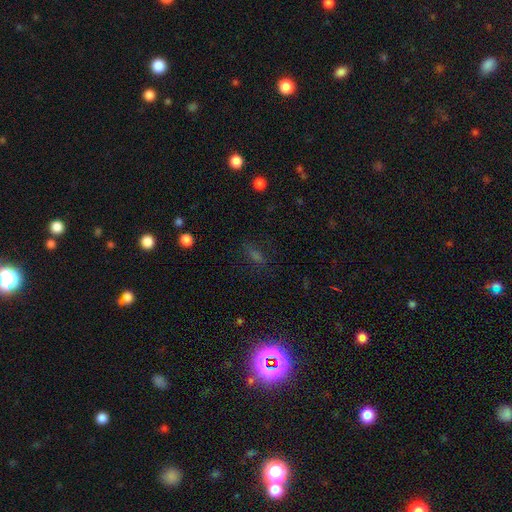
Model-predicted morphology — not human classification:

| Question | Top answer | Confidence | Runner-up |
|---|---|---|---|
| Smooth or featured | star or artifact | 46% | smooth (40%) |